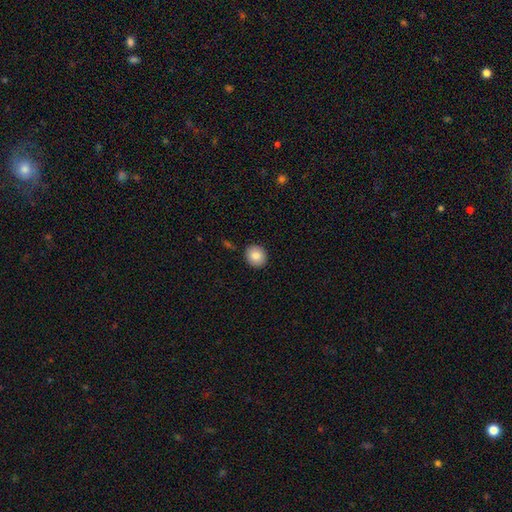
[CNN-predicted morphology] smooth_or_featured: smooth (p=0.84) [alt: star or artifact p=0.08]
how_rounded: round (p=0.81) [alt: in between p=0.18]
merging: none (p=0.90) [alt: minor disturbance p=0.07]